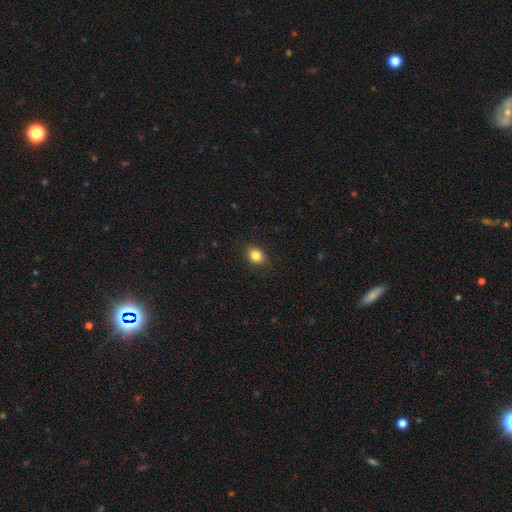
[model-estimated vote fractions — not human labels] Smooth or featured: smooth — 85% (star or artifact — 10%)
How rounded: round — 56% (in between — 43%)
Merging: none — 89% (minor disturbance — 7%)